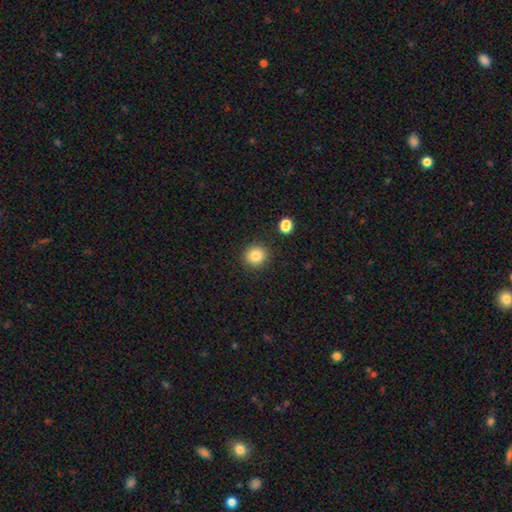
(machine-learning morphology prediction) Smooth or featured: smooth — 84% (star or artifact — 11%)
How rounded: round — 89% (in between — 10%)
Merging: none — 89% (minor disturbance — 7%)